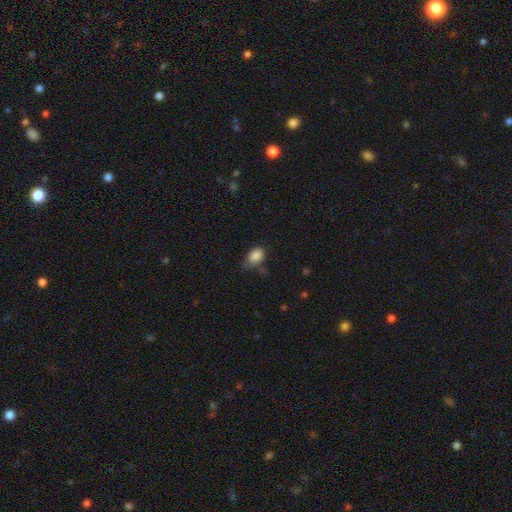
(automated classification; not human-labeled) Morphology: type=smooth (86%); roundness=in between (81%); merging=none (51%).